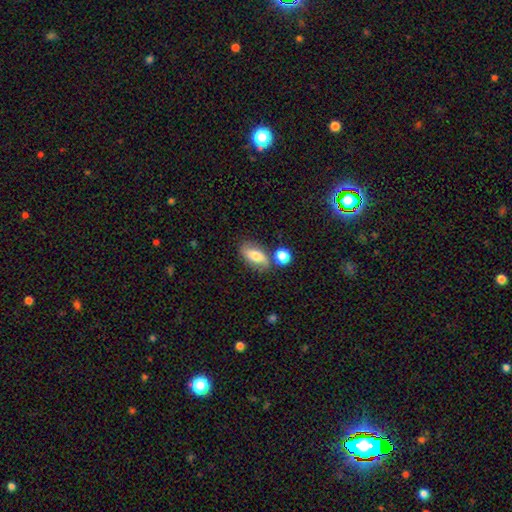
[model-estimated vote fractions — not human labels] Q: Smooth or featured?
A: smooth (62%); runner-up: featured or disk (29%)
Q: How rounded?
A: in between (83%); runner-up: cigar-shaped (9%)
Q: Merging?
A: none (66%); runner-up: minor disturbance (16%)